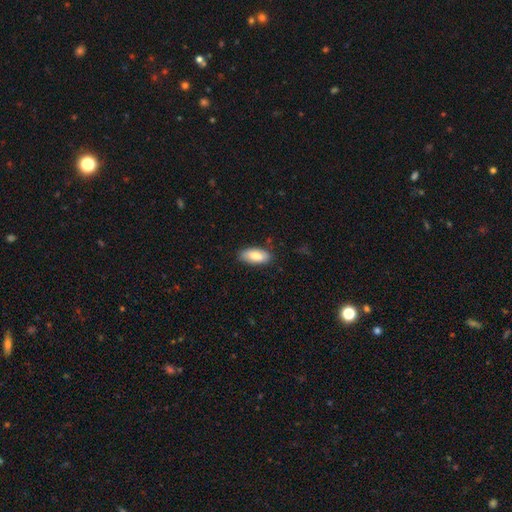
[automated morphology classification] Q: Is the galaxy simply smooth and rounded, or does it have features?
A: smooth — 79%.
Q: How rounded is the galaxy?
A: in between — 88%.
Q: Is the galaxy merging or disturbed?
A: none — 84%.